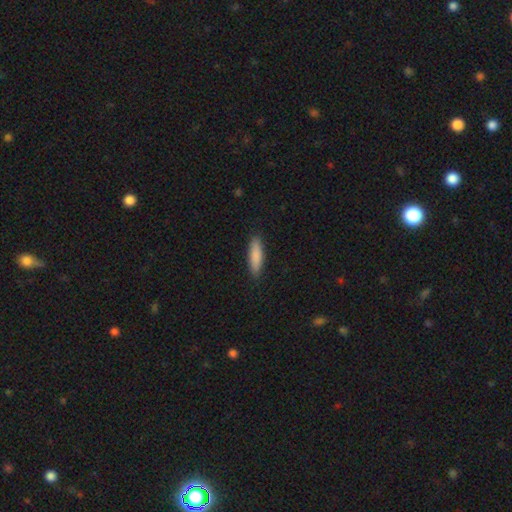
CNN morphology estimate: smooth-or-featured: smooth: 87% | featured or disk: 8% | star or artifact: 5%
  how-rounded: cigar-shaped: 68% | in between: 30% | round: 2%
  merging: none: 89% | minor disturbance: 9% | major disturbance: 2% | merger: 1%